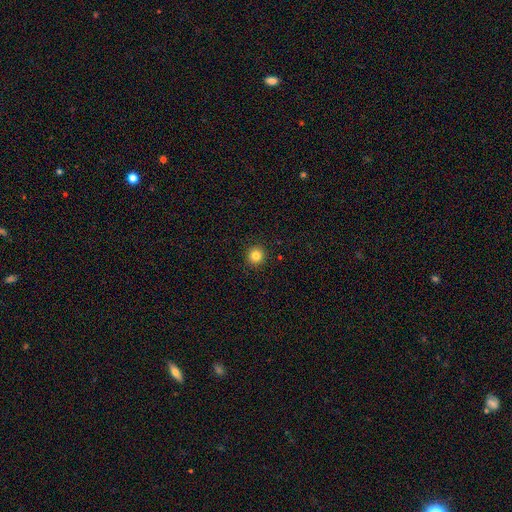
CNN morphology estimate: The model was most divided on "smooth or featured": smooth: 84%, star or artifact: 12%, featured or disk: 5%. More confident: how rounded — round (95%); merging — none (93%).